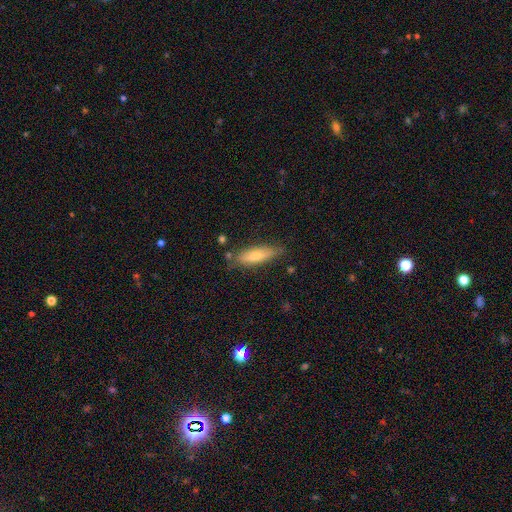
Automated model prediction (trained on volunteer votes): Smooth or featured? Predicted: smooth (p=0.60). How rounded? Predicted: cigar-shaped (p=0.62). Merging? Predicted: none (p=0.79).